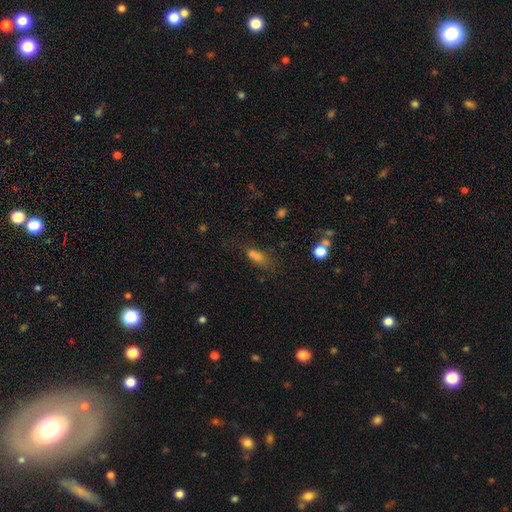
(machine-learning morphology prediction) The model was most divided on "merging": none: 47%, minor disturbance: 20%, merger: 17%, major disturbance: 16%. More confident: smooth or featured — smooth (65%); how rounded — in between (61%).